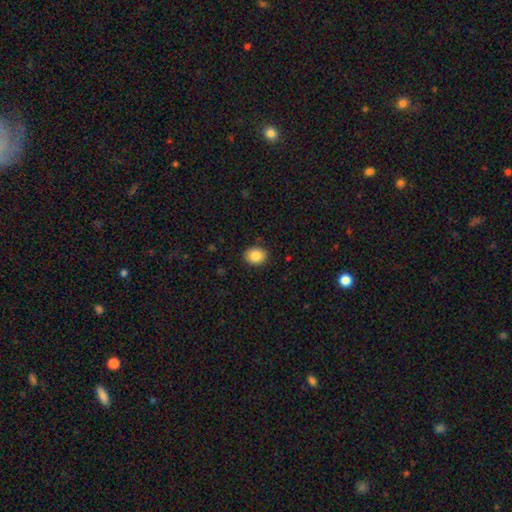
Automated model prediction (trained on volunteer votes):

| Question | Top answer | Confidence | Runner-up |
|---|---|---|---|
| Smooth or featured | smooth | 86% | star or artifact (9%) |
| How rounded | round | 58% | in between (41%) |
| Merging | none | 90% | minor disturbance (7%) |